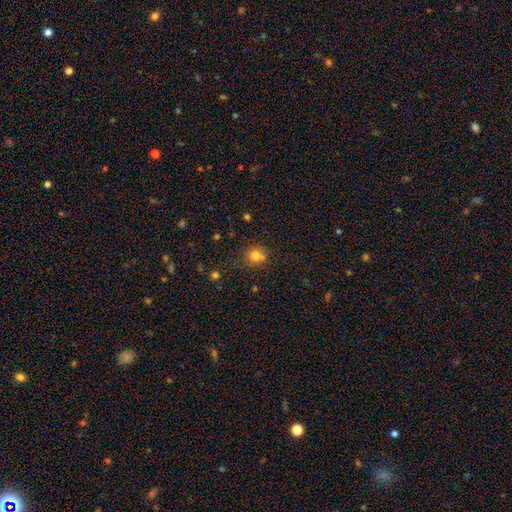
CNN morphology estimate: Smooth or featured? smooth (77%)
How rounded? round (79%)
Merging? none (68%)